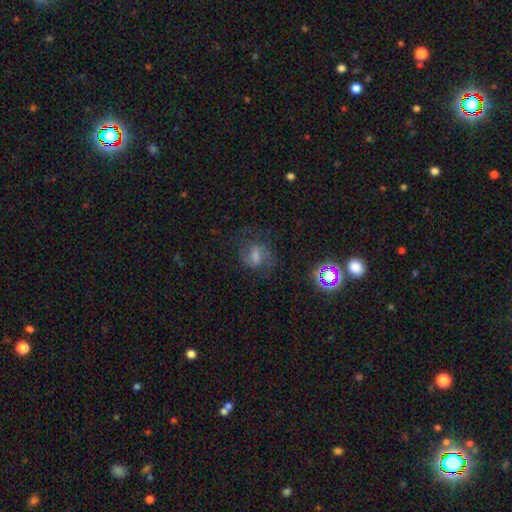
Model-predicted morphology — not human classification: A featured or disk galaxy (57%) with a weak bar (52%), spiral arms (89%) and a moderate central bulge (36%).

Vote fractions:
- Smooth or featured? featured or disk: 57% / smooth: 23% / star or artifact: 20%
- Edge-on disk? no: 96% / yes: 4%
- Bar? weak: 52% / strong: 28% / no: 20%
- Spiral arms? yes: 89% / no: 11%
- Bulge size? moderate: 36% / small: 33% / none: 19% / large: 10% / dominant: 2%
- Merging? none: 70% / minor disturbance: 16% / major disturbance: 11% / merger: 2%